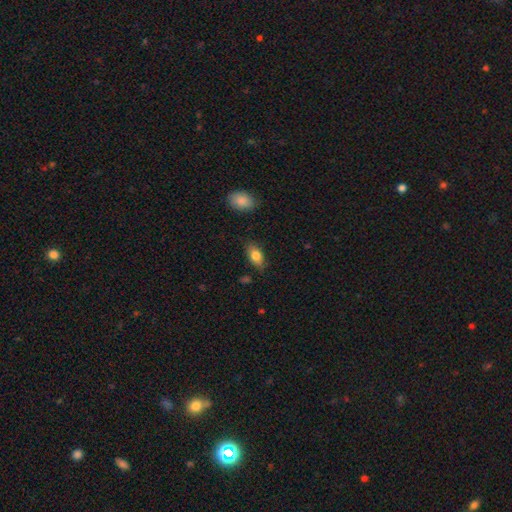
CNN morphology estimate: The model was most divided on "merging": none: 82%, minor disturbance: 14%, major disturbance: 3%, merger: 2%. More confident: how rounded — in between (88%); smooth or featured — smooth (80%).